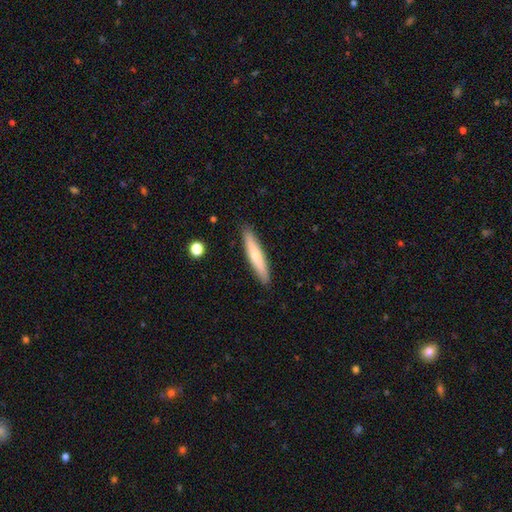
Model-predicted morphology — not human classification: smooth_or_featured: smooth (p=0.65) [alt: featured or disk p=0.29]
how_rounded: cigar-shaped (p=0.90) [alt: in between p=0.08]
merging: none (p=0.89) [alt: minor disturbance p=0.08]